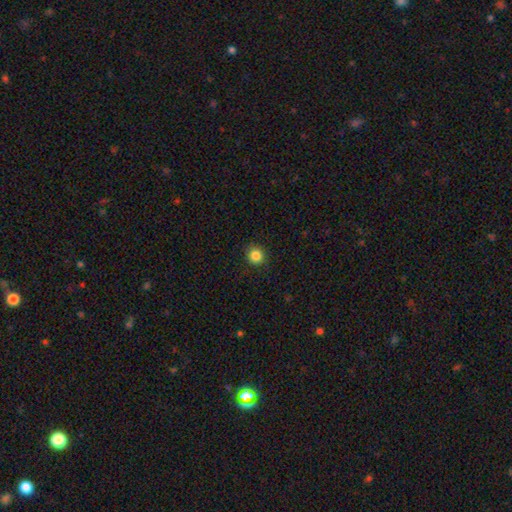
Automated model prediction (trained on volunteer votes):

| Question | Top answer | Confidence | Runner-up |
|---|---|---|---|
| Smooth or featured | smooth | 85% | star or artifact (11%) |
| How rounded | round | 90% | in between (9%) |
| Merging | none | 90% | minor disturbance (7%) |